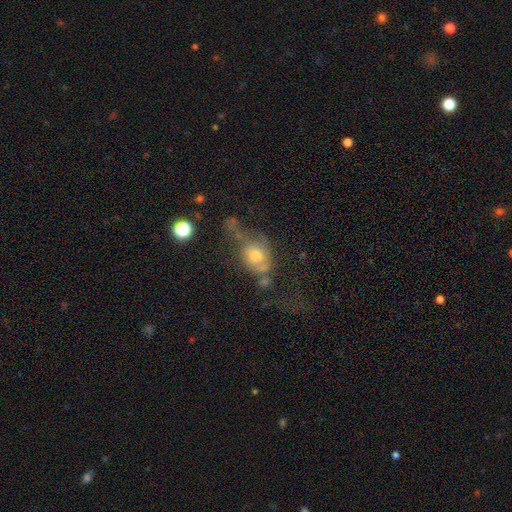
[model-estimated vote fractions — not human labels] Morphology: type=smooth (57%); roundness=round (49%); merging=major disturbance (34%).